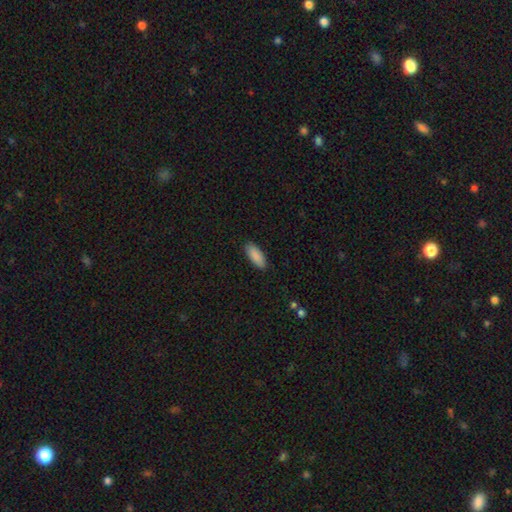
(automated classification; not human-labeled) Q: Smooth or featured?
A: smooth (90%); runner-up: star or artifact (6%)
Q: How rounded?
A: in between (79%); runner-up: cigar-shaped (19%)
Q: Merging?
A: none (89%); runner-up: minor disturbance (9%)